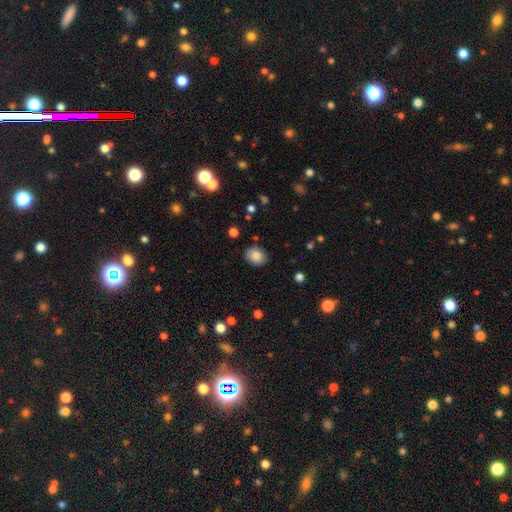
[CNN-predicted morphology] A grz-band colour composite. It shows a smooth galaxy with no disk features (86%) that is in between round and cigar-shaped (56%). Merging: none (86%).